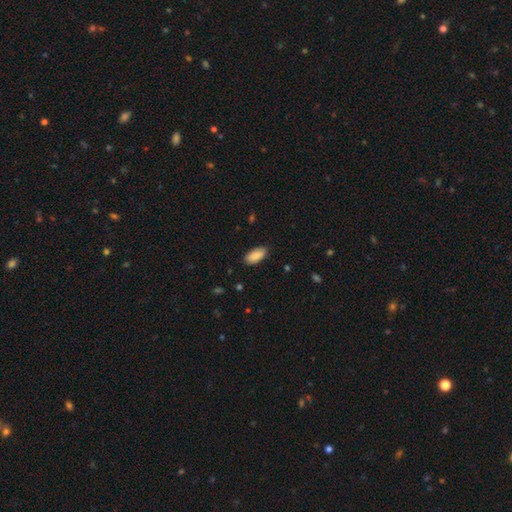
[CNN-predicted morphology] This appears to be a smooth galaxy with no disk features (89%) that is in between round and cigar-shaped (92%). Merging: none (88%).